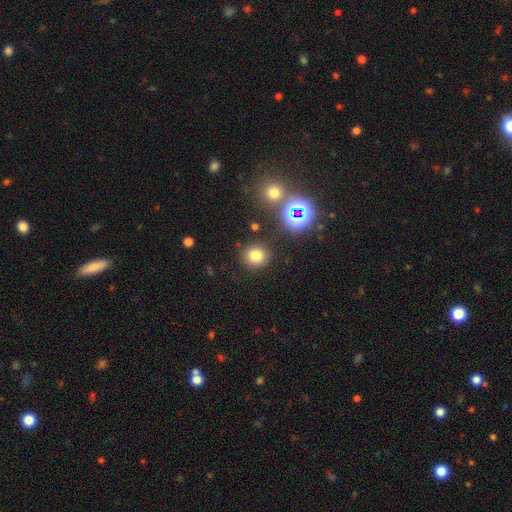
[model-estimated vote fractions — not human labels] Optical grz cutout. It shows a smooth galaxy with no disk features (76%) that is round (87%). Merging: none (86%).